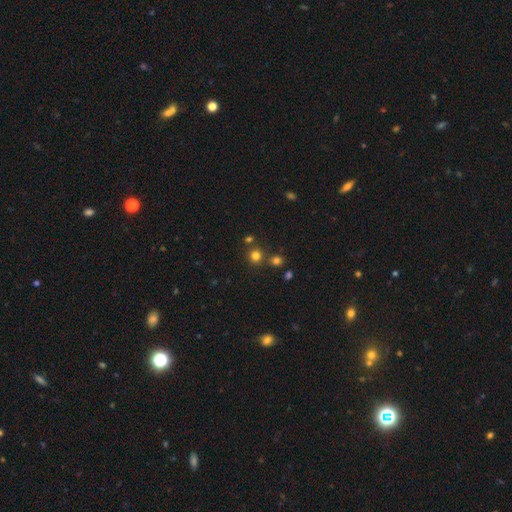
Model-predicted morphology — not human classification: smooth 75%, star or artifact 19%, featured or disk 6%. Down the decision tree: how rounded — round (92%); merging — none (77%).